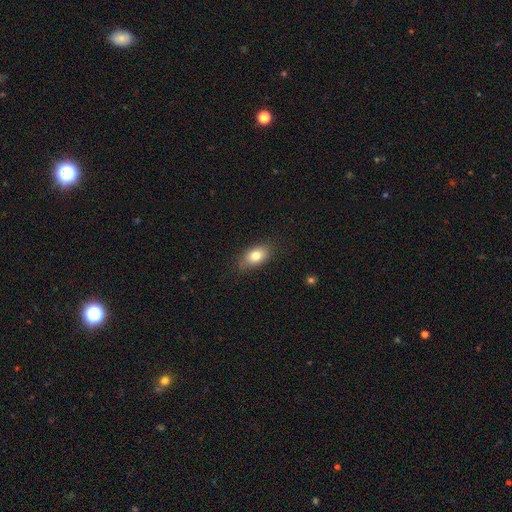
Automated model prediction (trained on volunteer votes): Overall: smooth (79%). How rounded: in between (87%). Merging: none (79%).